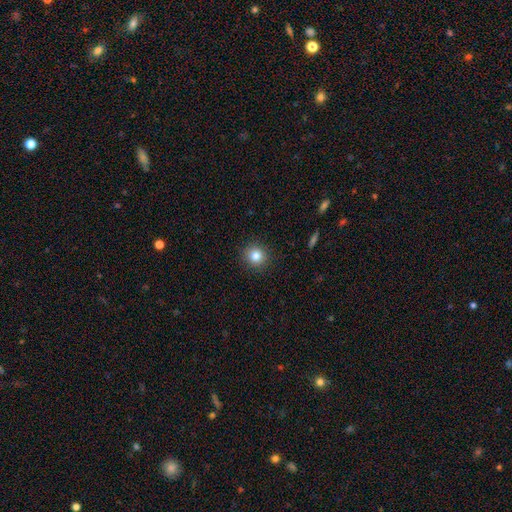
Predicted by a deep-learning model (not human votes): Morphology: type=smooth (81%); roundness=round (91%); merging=none (91%).